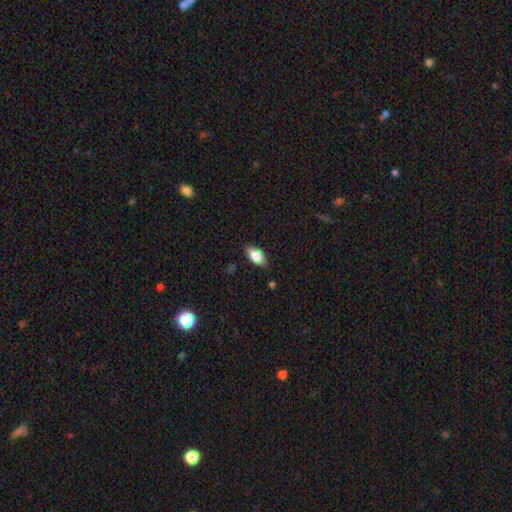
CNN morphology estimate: smooth-or-featured: smooth: 81% | featured or disk: 12% | star or artifact: 7%
  how-rounded: in between: 89% | cigar-shaped: 6% | round: 5%
  merging: none: 83% | minor disturbance: 13% | major disturbance: 3% | merger: 1%